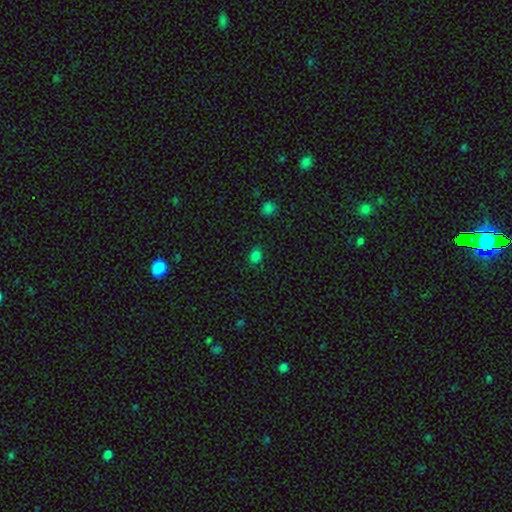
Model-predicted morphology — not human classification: Q: Smooth or featured?
A: smooth (78%); runner-up: star or artifact (18%)
Q: How rounded?
A: in between (56%); runner-up: round (43%)
Q: Merging?
A: none (83%); runner-up: minor disturbance (12%)